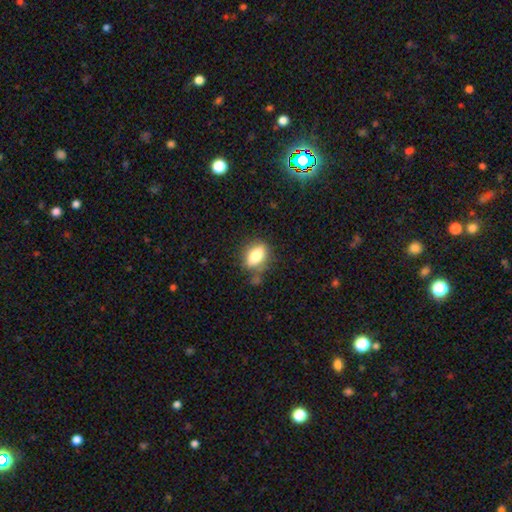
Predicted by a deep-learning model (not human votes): Morphology: type=smooth (70%); roundness=in between (75%); merging=none (71%).